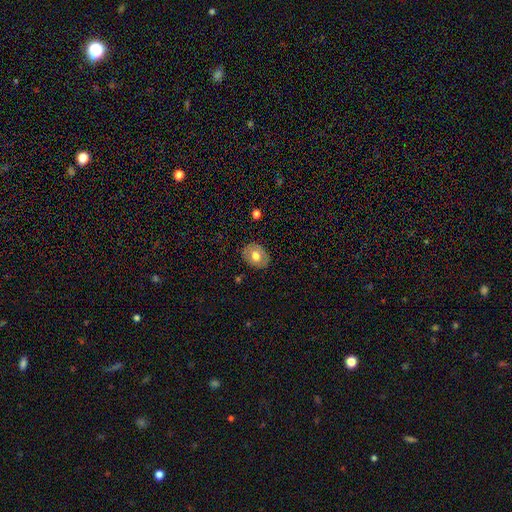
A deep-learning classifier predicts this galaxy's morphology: A smooth galaxy with no disk features (68%) that is in between round and cigar-shaped (64%). Merging: none (83%).